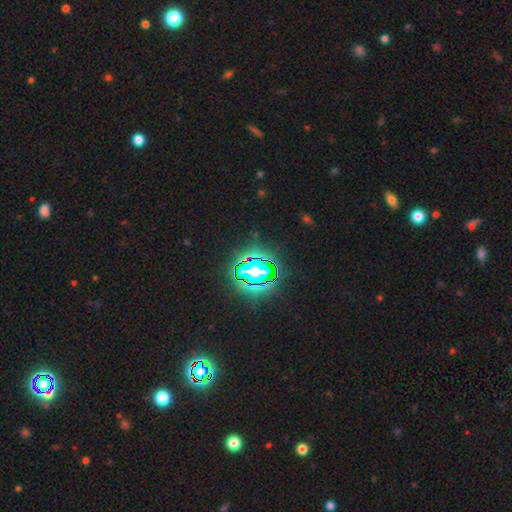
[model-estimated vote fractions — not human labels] smooth-or-featured: star or artifact: 81% | smooth: 12% | featured or disk: 7%